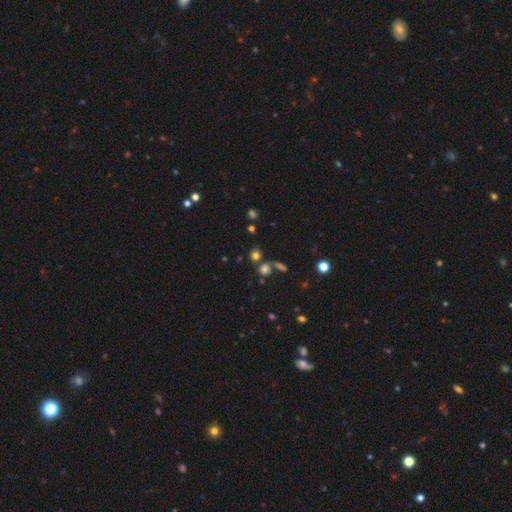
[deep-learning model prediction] Smooth or featured? Predicted: smooth (p=0.72). How rounded? Predicted: round (p=0.83). Merging? Predicted: none (p=0.62).